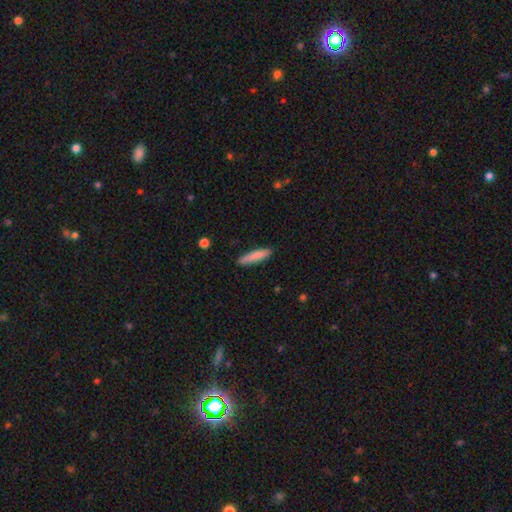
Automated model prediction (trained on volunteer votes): smooth-or-featured: smooth: 82% | featured or disk: 12% | star or artifact: 6%
  how-rounded: cigar-shaped: 86% | in between: 13% | round: 1%
  merging: none: 88% | minor disturbance: 9% | major disturbance: 2% | merger: 1%